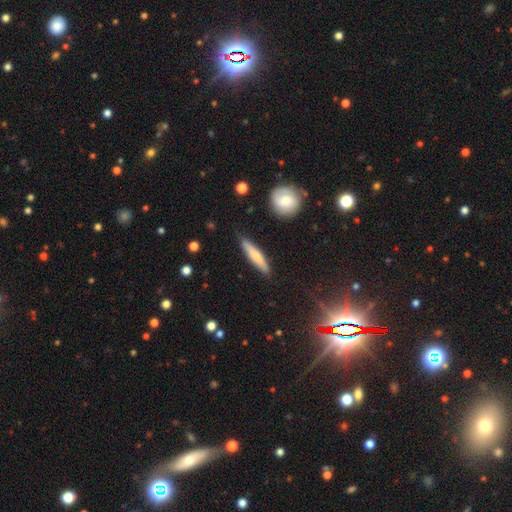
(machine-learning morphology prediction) smooth-or-featured: smooth: 63% | featured or disk: 31% | star or artifact: 6%
  how-rounded: cigar-shaped: 86% | in between: 12% | round: 2%
  merging: none: 86% | minor disturbance: 10% | major disturbance: 2% | merger: 2%